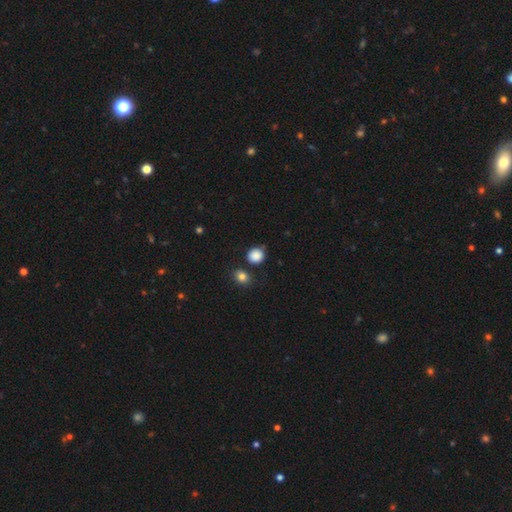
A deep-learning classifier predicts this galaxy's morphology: type=smooth (87%); roundness=round (85%); merging=none (78%).